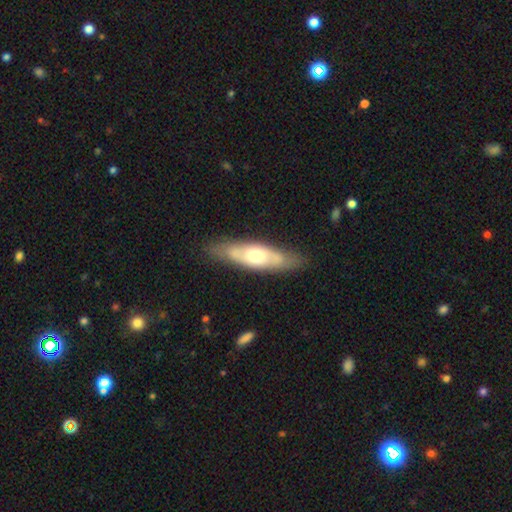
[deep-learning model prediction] A featured or disk galaxy (54%). Merging: none (81%).